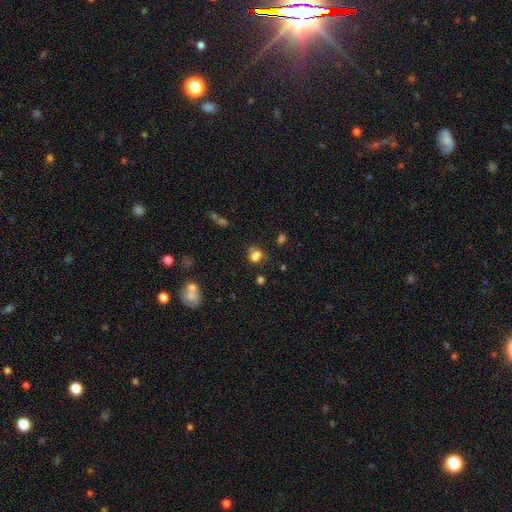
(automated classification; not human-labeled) smooth_or_featured: smooth (p=0.73) [alt: star or artifact p=0.18]
how_rounded: in between (p=0.60) [alt: round p=0.38]
merging: none (p=0.52) [alt: merger p=0.23]